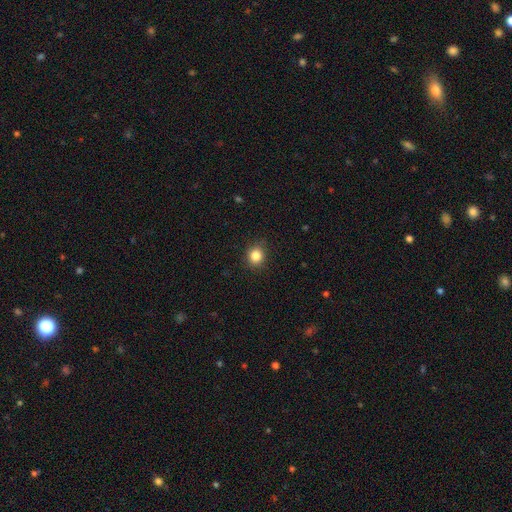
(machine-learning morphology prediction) type=smooth (84%); roundness=round (81%); merging=none (86%).